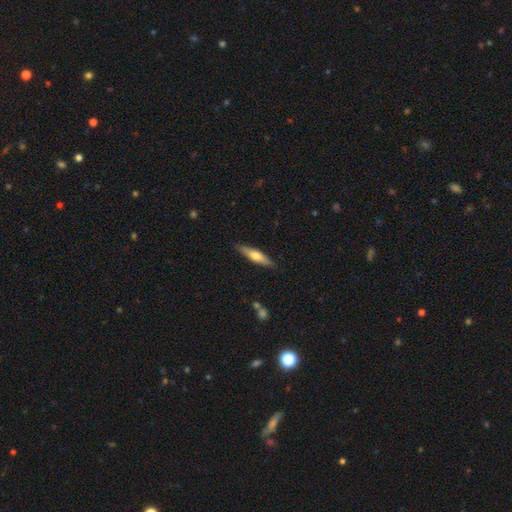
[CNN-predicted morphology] A smooth galaxy with no disk features (51%) that is cigar-shaped (77%).

Vote fractions:
- Smooth or featured? smooth: 51% / featured or disk: 43% / star or artifact: 6%
- How rounded? cigar-shaped: 77% / in between: 21% / round: 2%
- Merging? none: 86% / minor disturbance: 11% / major disturbance: 2% / merger: 1%